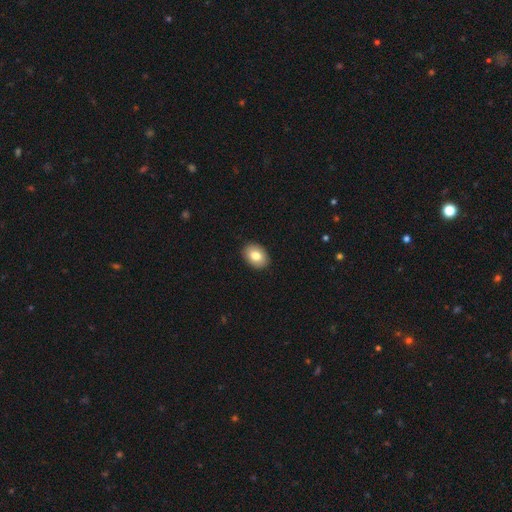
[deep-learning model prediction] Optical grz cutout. It shows a smooth galaxy with no disk features (81%) that is in between round and cigar-shaped (76%). Merging: none (91%).